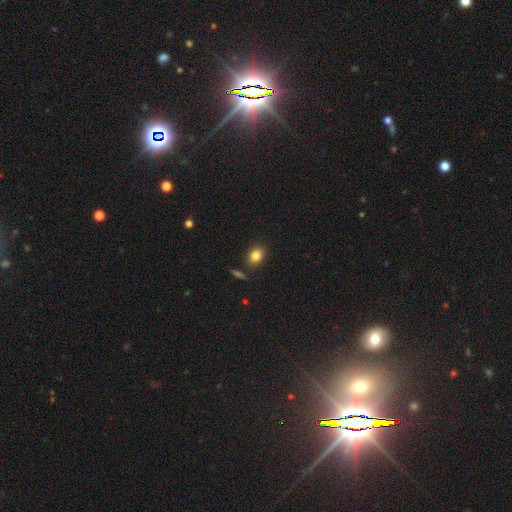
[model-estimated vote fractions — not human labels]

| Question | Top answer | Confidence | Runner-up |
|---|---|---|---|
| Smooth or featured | smooth | 83% | star or artifact (10%) |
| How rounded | in between | 52% | round (46%) |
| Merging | none | 84% | minor disturbance (10%) |